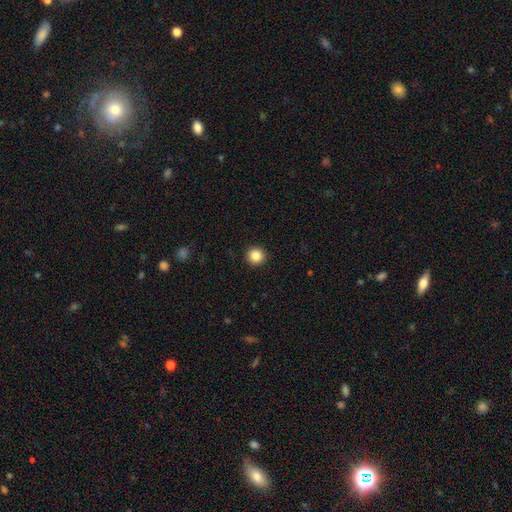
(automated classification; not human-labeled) The model was most divided on "smooth or featured": smooth: 86%, star or artifact: 10%, featured or disk: 4%. More confident: how rounded — round (96%); merging — none (93%).